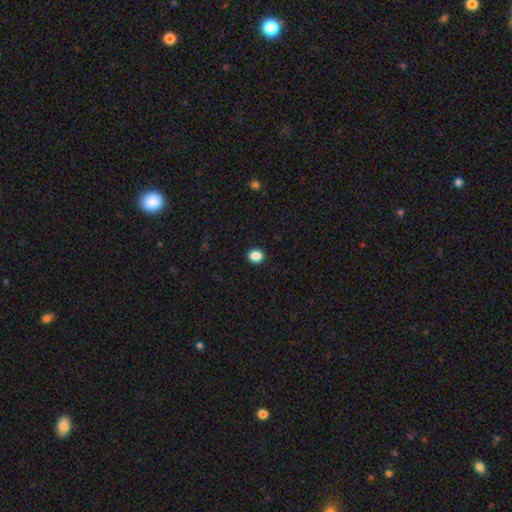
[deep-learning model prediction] A smooth galaxy with no disk features (87%) that is round (71%).

Vote fractions:
- Smooth or featured? smooth: 87% / star or artifact: 10% / featured or disk: 3%
- How rounded? round: 71% / in between: 28% / cigar-shaped: 1%
- Merging? none: 93% / minor disturbance: 5% / major disturbance: 2% / merger: 1%